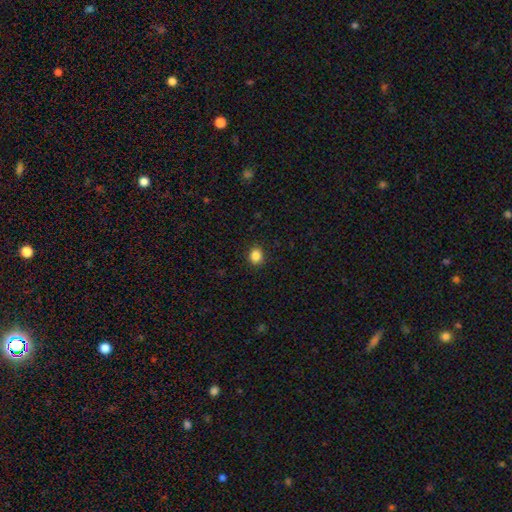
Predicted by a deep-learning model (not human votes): Q: Smooth or featured?
A: smooth (86%); runner-up: star or artifact (11%)
Q: How rounded?
A: round (73%); runner-up: in between (26%)
Q: Merging?
A: none (91%); runner-up: minor disturbance (6%)